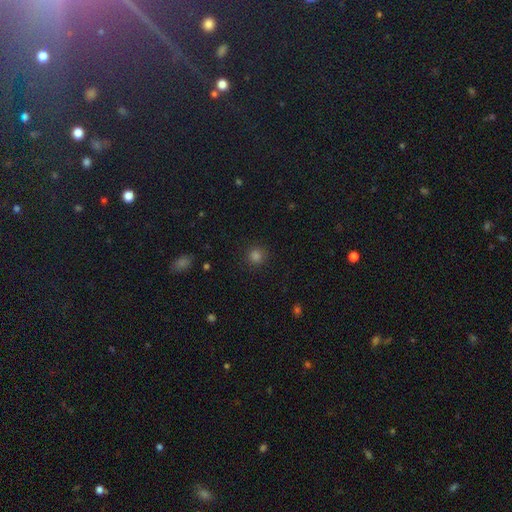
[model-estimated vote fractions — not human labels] A smooth galaxy with no disk features (78%) that is round (93%).

Vote fractions:
- Smooth or featured? smooth: 78% / star or artifact: 17% / featured or disk: 4%
- How rounded? round: 93% / in between: 6% / cigar-shaped: 1%
- Merging? none: 90% / minor disturbance: 6% / major disturbance: 2% / merger: 1%